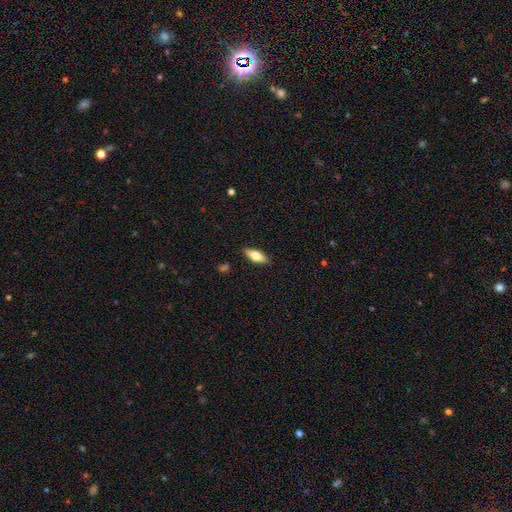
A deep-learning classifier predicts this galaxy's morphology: Smooth or featured: smooth — 62% (featured or disk — 32%)
How rounded: in between — 69% (cigar-shaped — 28%)
Merging: none — 88% (minor disturbance — 8%)